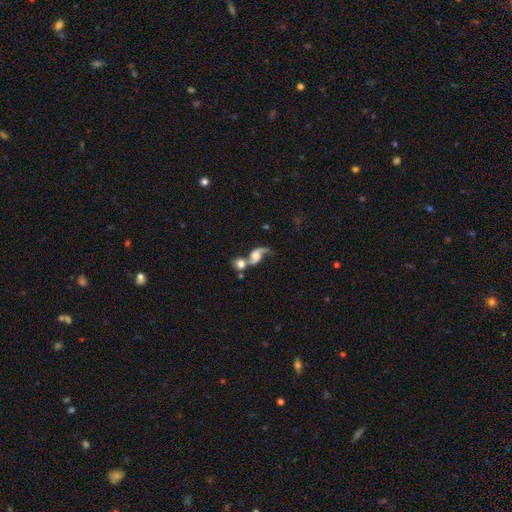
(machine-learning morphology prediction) smooth-or-featured: featured or disk: 57% | smooth: 33% | star or artifact: 11%
  disk-edge-on: no: 95% | yes: 5%
    bar: no: 68% | weak: 25% | strong: 7%
    has-spiral-arms: yes: 83% | no: 17%
    bulge-size: large: 26% (tied) | none: 26% (tied) | moderate: 21% | small: 17% | dominant: 11%
  merging: merger: 60% | none: 18% | major disturbance: 15% | minor disturbance: 8%